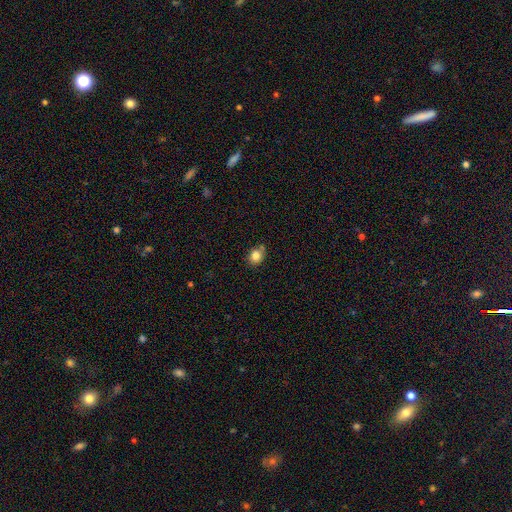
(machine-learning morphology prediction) Q: Smooth or featured?
A: smooth (82%); runner-up: star or artifact (11%)
Q: How rounded?
A: round (64%); runner-up: in between (35%)
Q: Merging?
A: none (70%); runner-up: minor disturbance (18%)